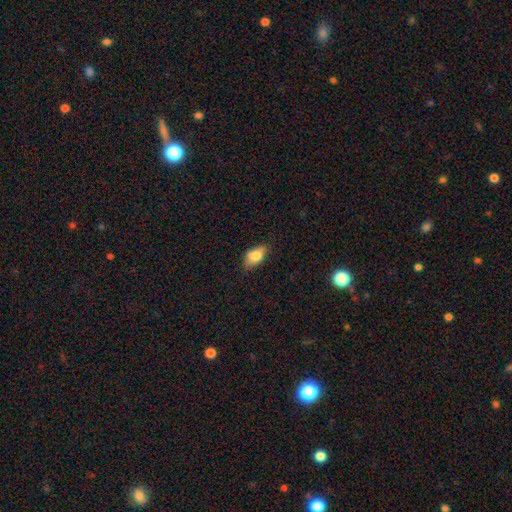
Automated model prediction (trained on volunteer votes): smooth 74%, featured or disk 18%, star or artifact 8%. Down the decision tree: how rounded — in between (89%); merging — none (64%).